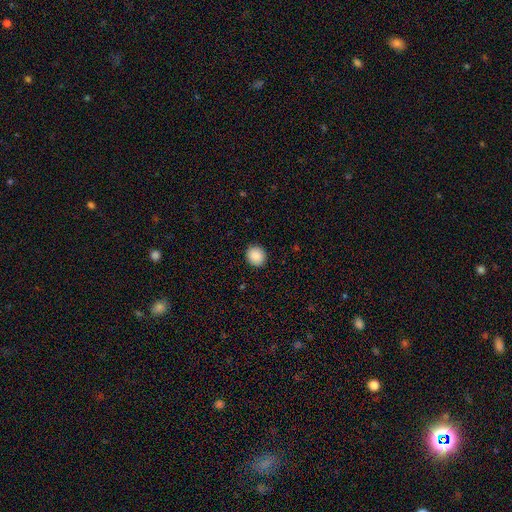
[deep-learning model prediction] smooth-or-featured: smooth: 87% | star or artifact: 8% | featured or disk: 5%
  how-rounded: round: 86% | in between: 13% | cigar-shaped: 1%
  merging: none: 91% | minor disturbance: 6% | major disturbance: 2% | merger: 1%